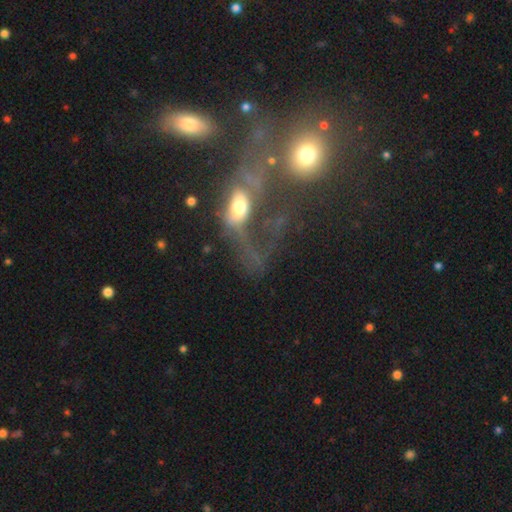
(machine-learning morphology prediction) A featured or disk galaxy (48%). Merging: major disturbance (41%).